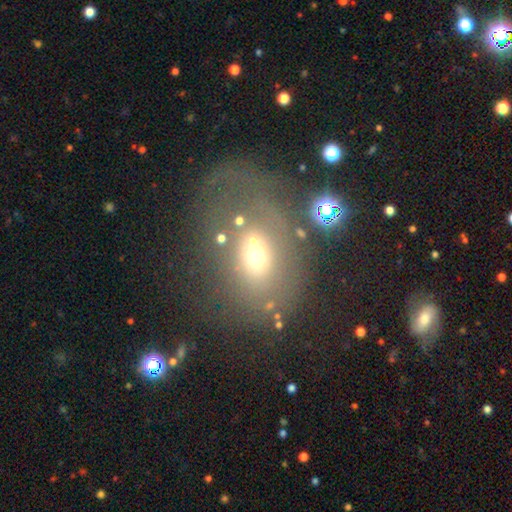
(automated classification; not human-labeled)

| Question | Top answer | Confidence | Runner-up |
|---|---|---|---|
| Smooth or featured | smooth | 48% | featured or disk (32%) |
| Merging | none | 34% | major disturbance (31%) |